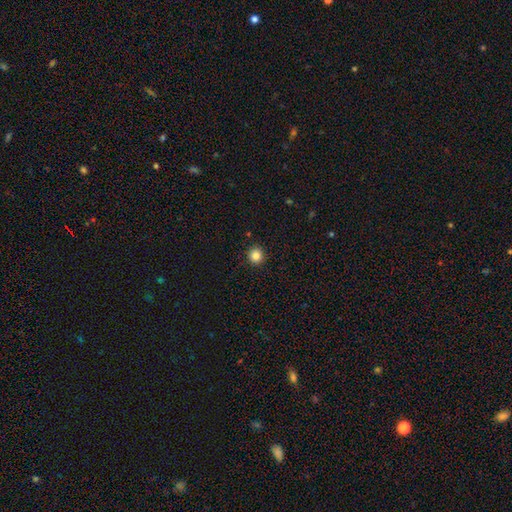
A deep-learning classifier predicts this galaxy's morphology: type=smooth (84%); roundness=round (94%); merging=none (92%).